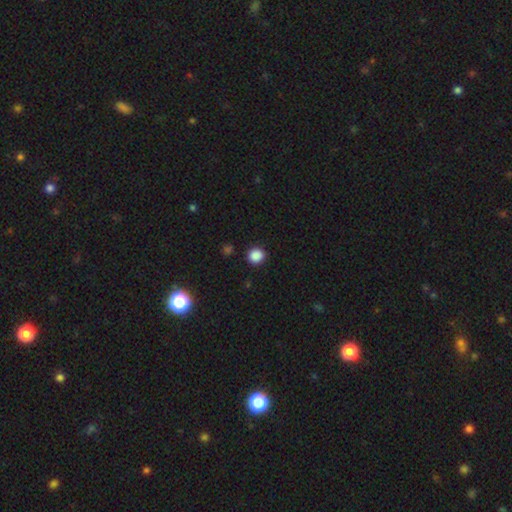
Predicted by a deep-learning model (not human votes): smooth 87%, star or artifact 11%, featured or disk 3%. Down the decision tree: how rounded — round (86%); merging — none (90%).